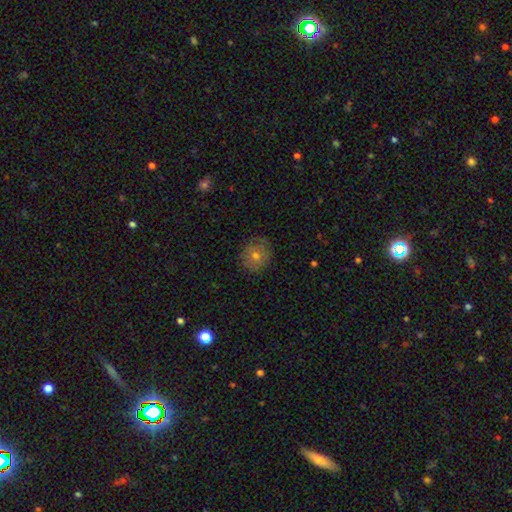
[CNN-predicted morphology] A smooth galaxy with no disk features (65%) that is round (86%). Merging: none (84%).